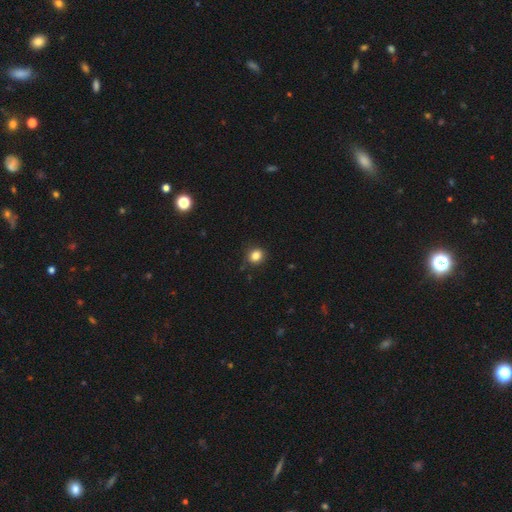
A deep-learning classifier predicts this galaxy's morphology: Q: Smooth or featured?
A: smooth (84%); runner-up: star or artifact (12%)
Q: How rounded?
A: round (77%); runner-up: in between (22%)
Q: Merging?
A: none (86%); runner-up: minor disturbance (11%)